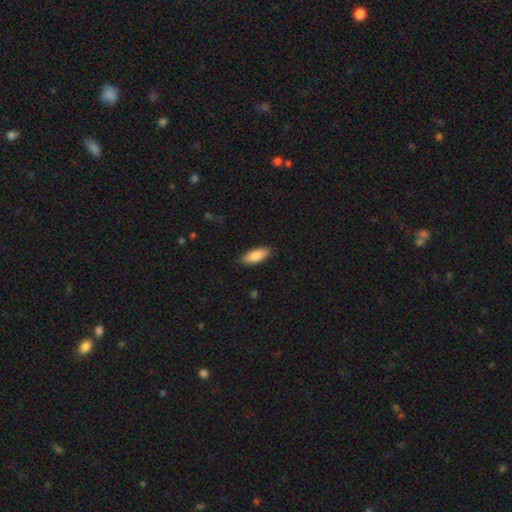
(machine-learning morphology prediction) Smooth or featured? Predicted: smooth (p=0.85). How rounded? Predicted: in between (p=0.78). Merging? Predicted: none (p=0.87).